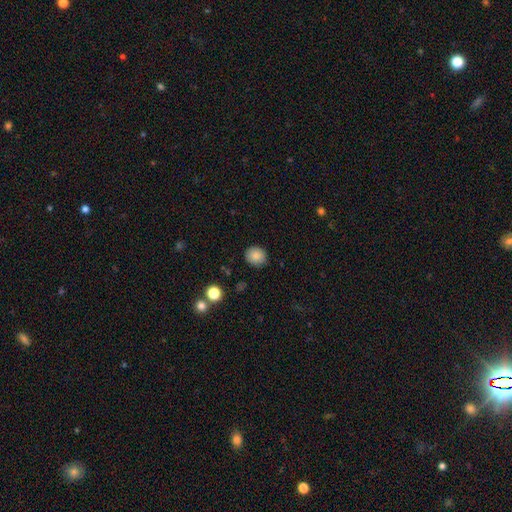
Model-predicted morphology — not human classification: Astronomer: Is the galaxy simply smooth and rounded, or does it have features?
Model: smooth — 86%.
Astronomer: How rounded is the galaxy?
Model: round — 77%.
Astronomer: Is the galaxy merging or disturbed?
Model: none — 87%.